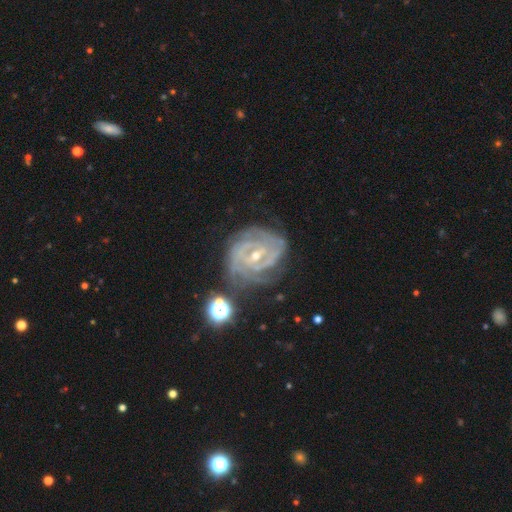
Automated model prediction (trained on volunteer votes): Smooth or featured?
  - featured or disk: 88% *
  - star or artifact: 7%
  - smooth: 5%
Edge-on disk?
  - no: 97% *
  - yes: 3%
Bar?
  - weak: 47% *
  - no: 28%
  - strong: 25%
Spiral arms?
  - yes: 97% *
  - no: 3%
Spiral winding?
  - tight: 74% *
  - medium: 23%
  - loose: 4%
Spiral arm count?
  - 3: 27% *
  - 2: 22%
  - can't tell: 21%
  - 4: 17%
  - more than 4: 6%
  - 1: 6%
Bulge size?
  - small: 60% *
  - moderate: 37%
  - none: 1%
  - large: 1%
  - dominant: 1%
Merging?
  - none: 67% *
  - minor disturbance: 21%
  - major disturbance: 9%
  - merger: 3%